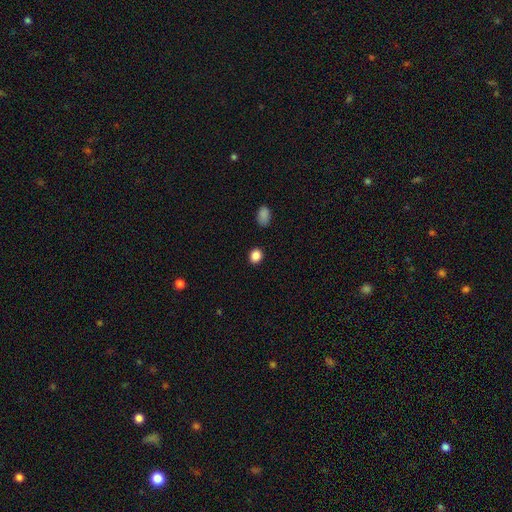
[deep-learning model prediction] Smooth or featured? smooth (86%)
How rounded? round (64%)
Merging? none (89%)